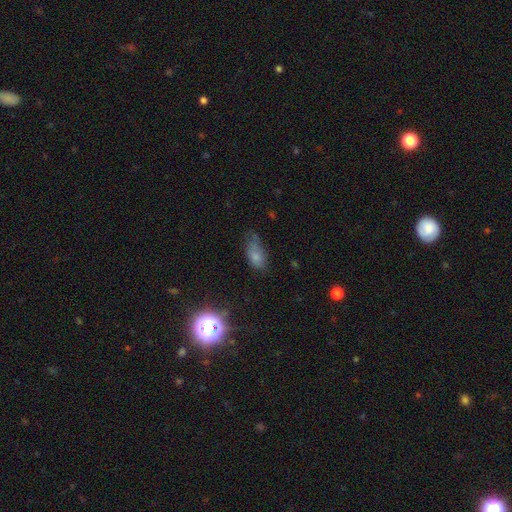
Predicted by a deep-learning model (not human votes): The model was most divided on "merging": none: 43%, minor disturbance: 35%, major disturbance: 18%, merger: 4%. More confident: how rounded — in between (88%); smooth or featured — smooth (72%).